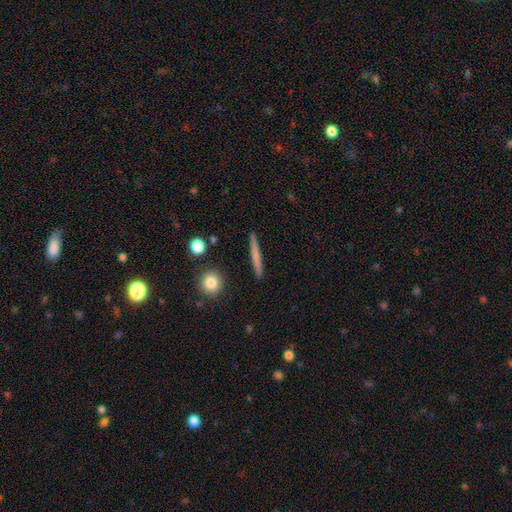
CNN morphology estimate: Smooth or featured? smooth (62%)
How rounded? cigar-shaped (95%)
Merging? none (91%)